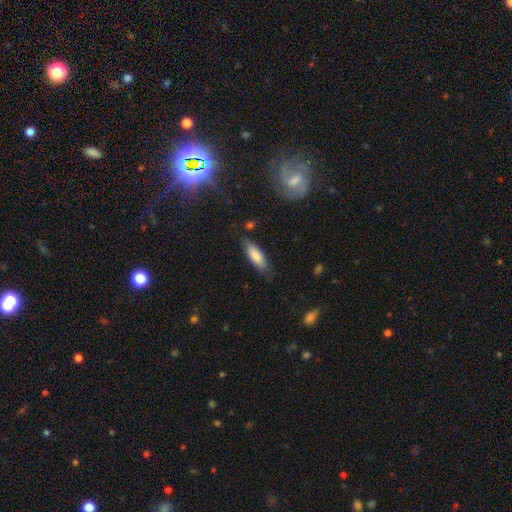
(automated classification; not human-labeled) Morphology: type=smooth (81%); roundness=in between (54%); merging=none (78%).